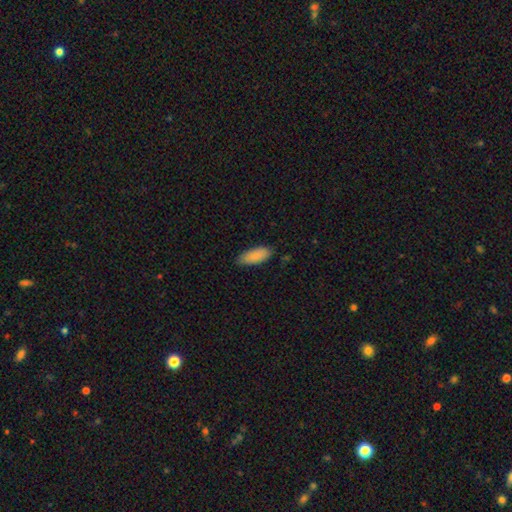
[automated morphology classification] smooth-or-featured: smooth: 87% | featured or disk: 7% | star or artifact: 6%
  how-rounded: in between: 81% | cigar-shaped: 17% | round: 2%
  merging: none: 81% | minor disturbance: 16% | major disturbance: 2% | merger: 1%